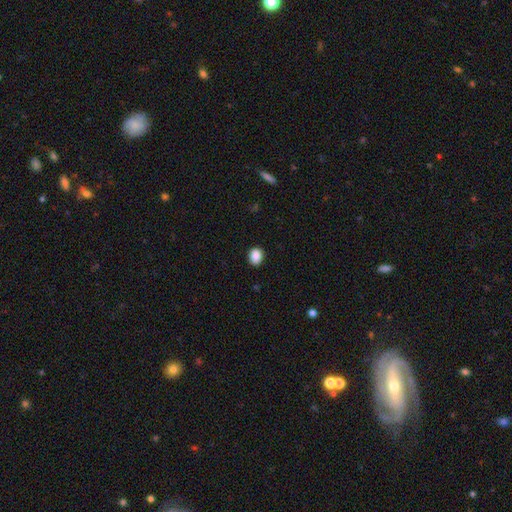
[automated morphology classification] The model was most divided on "how rounded": in between: 54%, round: 45%, cigar-shaped: 1%. More confident: smooth or featured — smooth (89%); merging — none (86%).